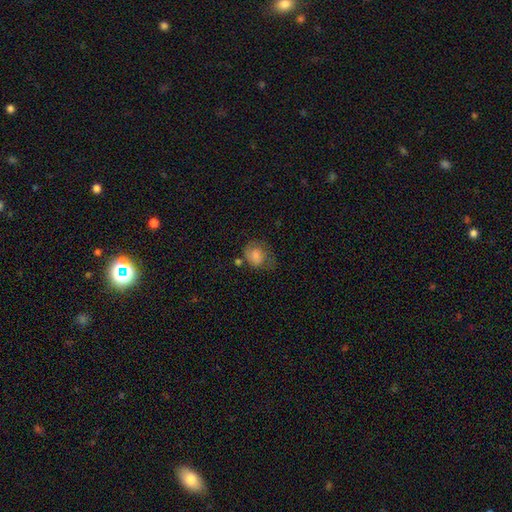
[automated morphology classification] Smooth or featured?
  - smooth: 73% *
  - featured or disk: 18%
  - star or artifact: 9%
How rounded?
  - round: 56% *
  - in between: 43%
  - cigar-shaped: 1%
Merging?
  - none: 45% *
  - minor disturbance: 29%
  - major disturbance: 19%
  - merger: 8%